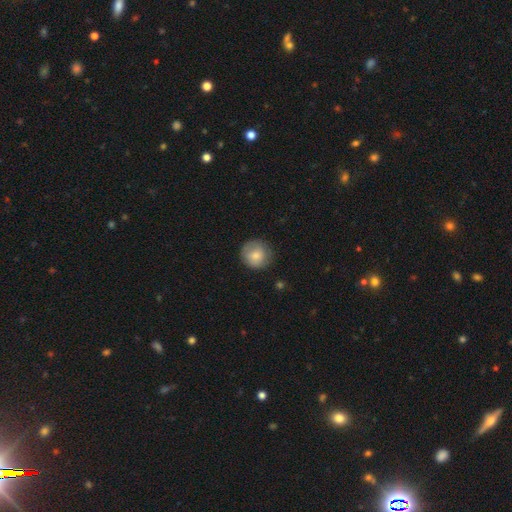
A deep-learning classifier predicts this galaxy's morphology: This is likely a smooth galaxy (78%). How rounded: clearly round (92%). Merging: likely none (79%).